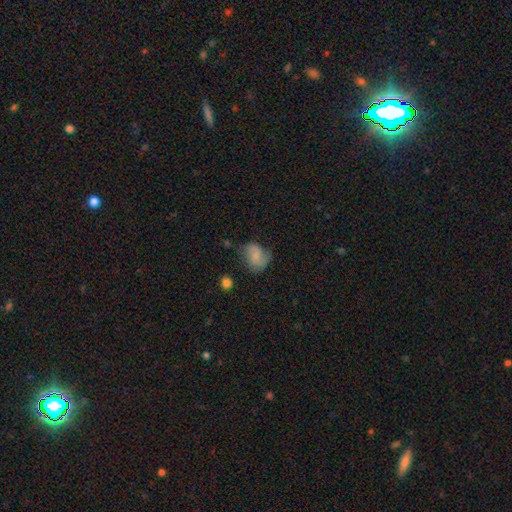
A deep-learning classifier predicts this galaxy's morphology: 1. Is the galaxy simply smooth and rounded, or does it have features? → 62% smooth, 28% featured or disk, 9% star or artifact.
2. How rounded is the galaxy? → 53% in between, 46% round, 1% cigar-shaped.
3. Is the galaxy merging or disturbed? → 52% none, 30% minor disturbance, 14% major disturbance, 3% merger.